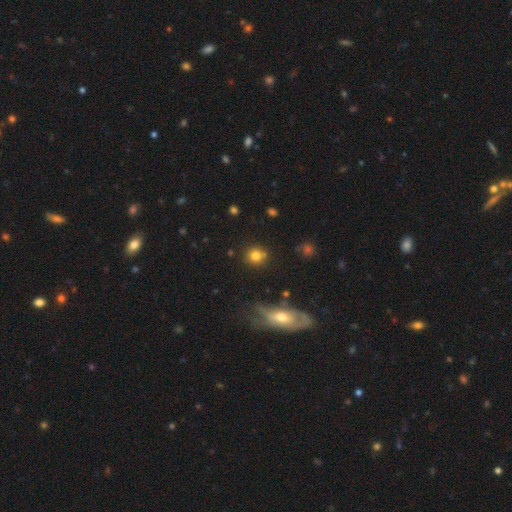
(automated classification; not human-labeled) Q: Smooth or featured?
A: smooth (78%); runner-up: star or artifact (14%)
Q: How rounded?
A: round (87%); runner-up: in between (11%)
Q: Merging?
A: none (81%); runner-up: minor disturbance (10%)